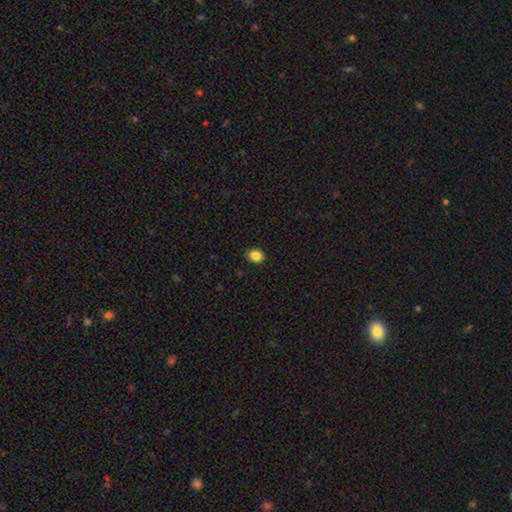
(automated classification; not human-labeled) This is clearly a smooth galaxy (86%). How rounded: possibly in between (57%). Merging: clearly none (90%).